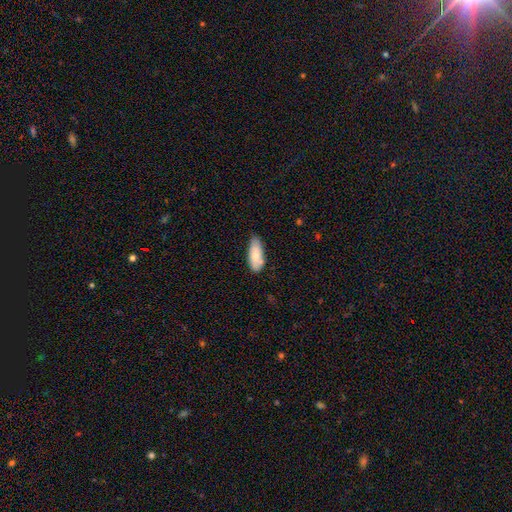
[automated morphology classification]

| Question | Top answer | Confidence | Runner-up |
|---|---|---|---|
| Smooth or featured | smooth | 80% | featured or disk (14%) |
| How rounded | in between | 80% | cigar-shaped (19%) |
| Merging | none | 68% | minor disturbance (24%) |